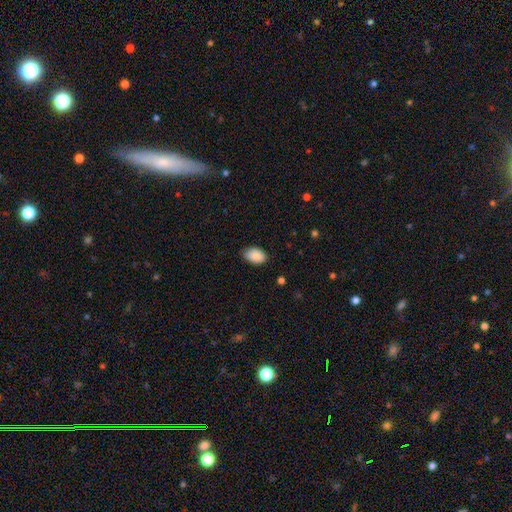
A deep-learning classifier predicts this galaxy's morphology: Smooth or featured? Predicted: smooth (p=0.89). How rounded? Predicted: in between (p=0.90). Merging? Predicted: none (p=0.81).